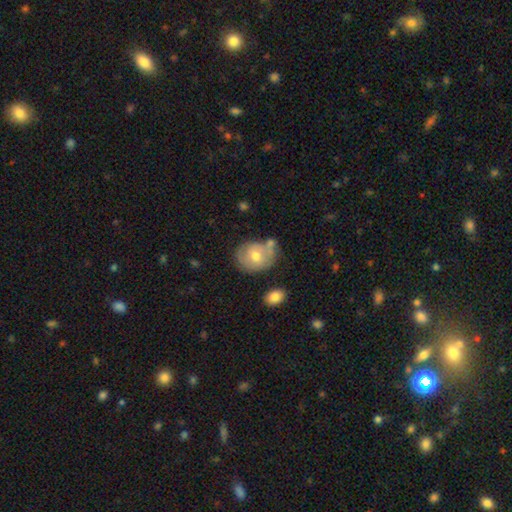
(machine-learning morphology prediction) Smooth or featured: smooth — 57% (featured or disk — 35%)
How rounded: round — 50% (in between — 49%)
Merging: none — 55% (minor disturbance — 23%)